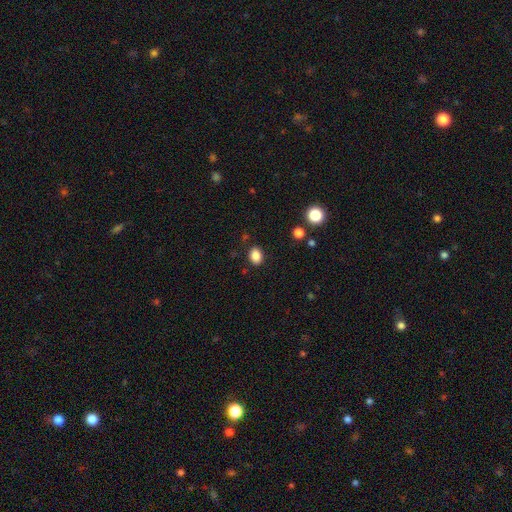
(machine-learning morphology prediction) Smooth or featured: smooth — 86% (star or artifact — 10%)
How rounded: in between — 67% (round — 32%)
Merging: none — 86% (minor disturbance — 10%)